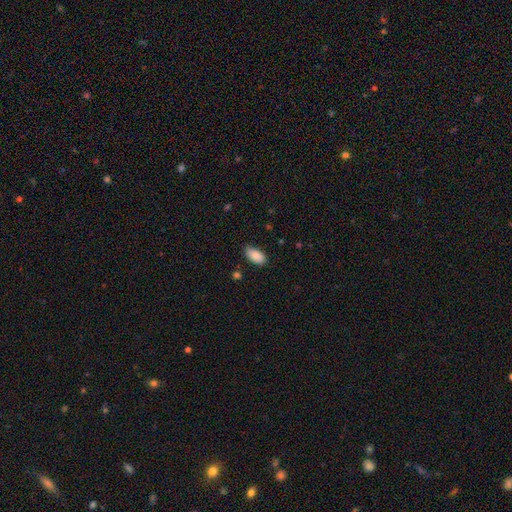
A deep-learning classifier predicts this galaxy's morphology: A smooth galaxy with no disk features (88%) that is in between round and cigar-shaped (93%).

Vote fractions:
- Smooth or featured? smooth: 88% / star or artifact: 7% / featured or disk: 5%
- How rounded? in between: 93% / cigar-shaped: 4% / round: 2%
- Merging? none: 81% / minor disturbance: 15% / major disturbance: 3% / merger: 1%